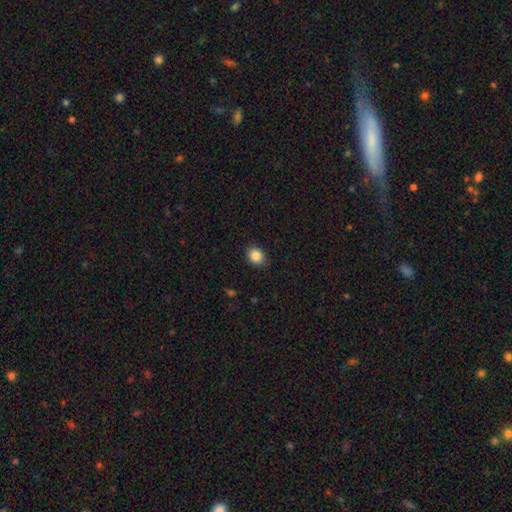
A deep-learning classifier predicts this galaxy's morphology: Smooth or featured?
  - smooth: 86% *
  - star or artifact: 9%
  - featured or disk: 5%
How rounded?
  - round: 58% *
  - in between: 41%
  - cigar-shaped: 1%
Merging?
  - none: 86% *
  - minor disturbance: 11%
  - major disturbance: 2%
  - merger: 1%